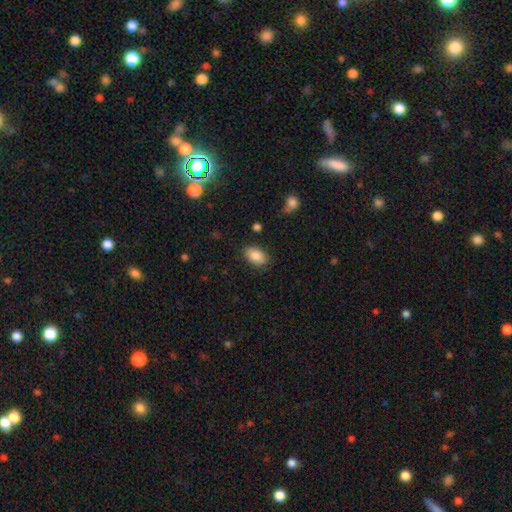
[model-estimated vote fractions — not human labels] smooth-or-featured: smooth: 85% | star or artifact: 8% | featured or disk: 7%
  how-rounded: in between: 91% | round: 7% | cigar-shaped: 1%
  merging: none: 84% | minor disturbance: 11% | major disturbance: 3% | merger: 1%